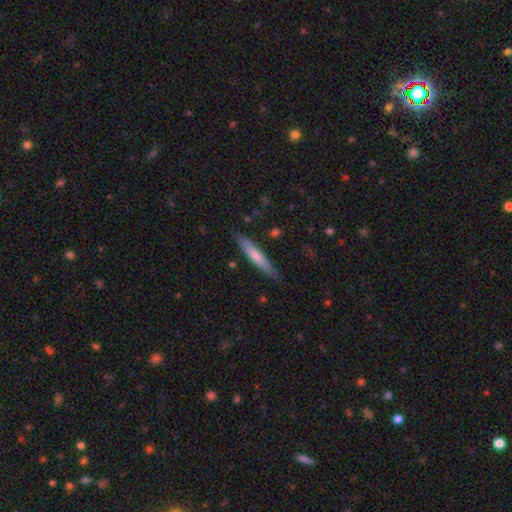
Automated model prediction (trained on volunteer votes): A smooth galaxy with no disk features (63%) that is cigar-shaped (91%). Merging: none (85%).